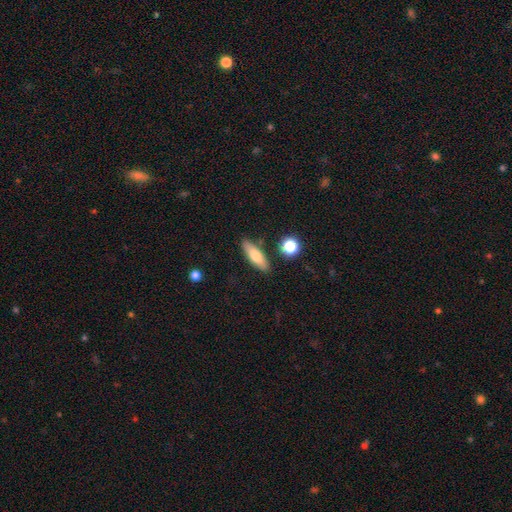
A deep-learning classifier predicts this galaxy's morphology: smooth 69%, featured or disk 25%, star or artifact 7%. Down the decision tree: how rounded — in between (49%); merging — none (84%).